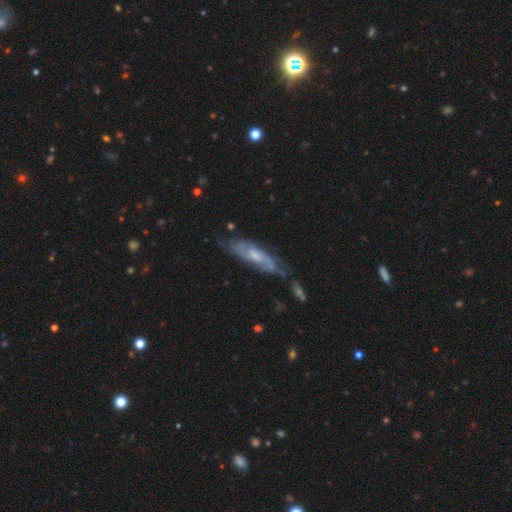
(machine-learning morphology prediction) Smooth or featured? Predicted: featured or disk (p=0.65). Edge-on disk? Predicted: no (p=0.67). Merging? Predicted: none (p=0.54).